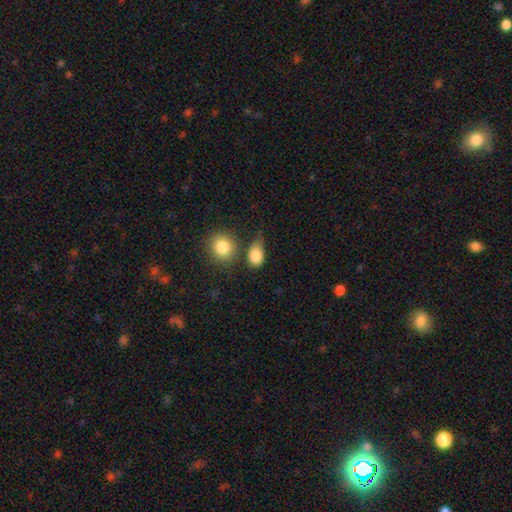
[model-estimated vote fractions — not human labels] Morphology: type=smooth (85%); roundness=in between (70%); merging=none (46%).